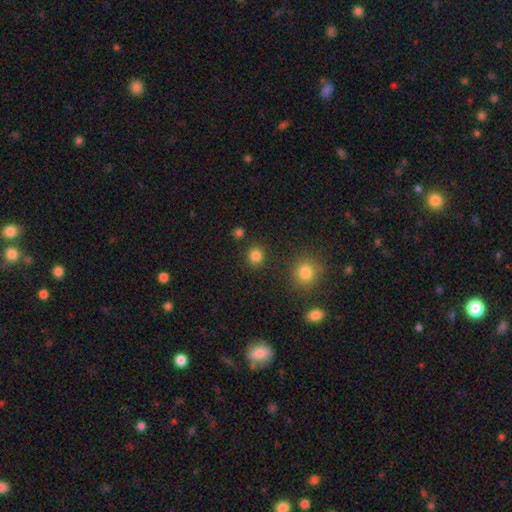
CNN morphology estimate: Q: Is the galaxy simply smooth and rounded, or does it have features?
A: smooth — 83%.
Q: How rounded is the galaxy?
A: round — 88%.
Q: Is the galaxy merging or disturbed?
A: none — 87%.